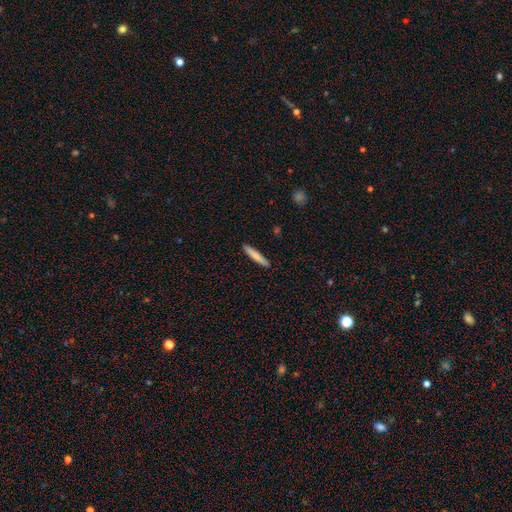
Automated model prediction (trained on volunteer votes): This appears to be a smooth galaxy with no disk features (75%) that is cigar-shaped (93%). Merging: none (91%).